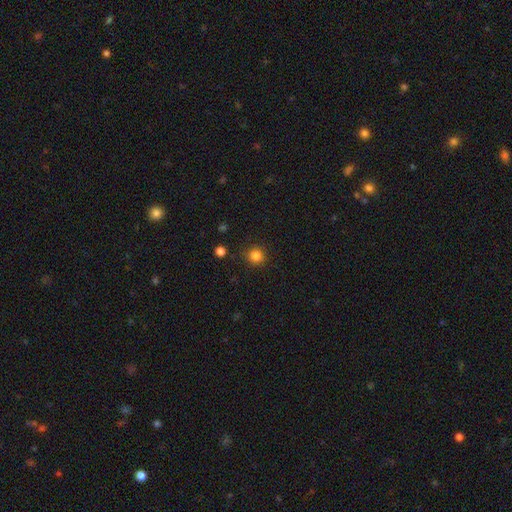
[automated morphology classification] This is clearly a smooth galaxy (84%). How rounded: clearly round (93%). Merging: clearly none (89%).